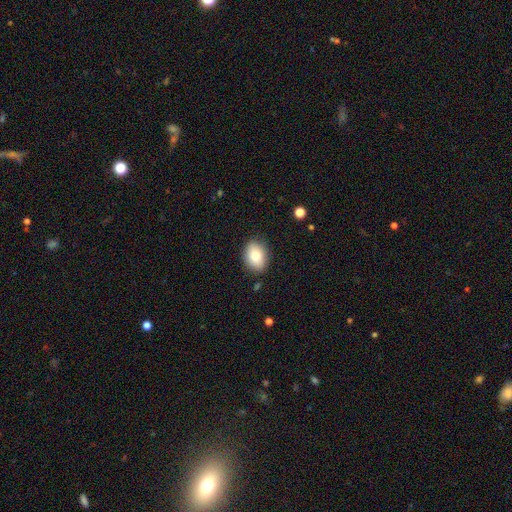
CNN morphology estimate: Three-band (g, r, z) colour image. It shows a smooth galaxy with no disk features (81%) that is in between round and cigar-shaped (76%). Merging: none (87%).